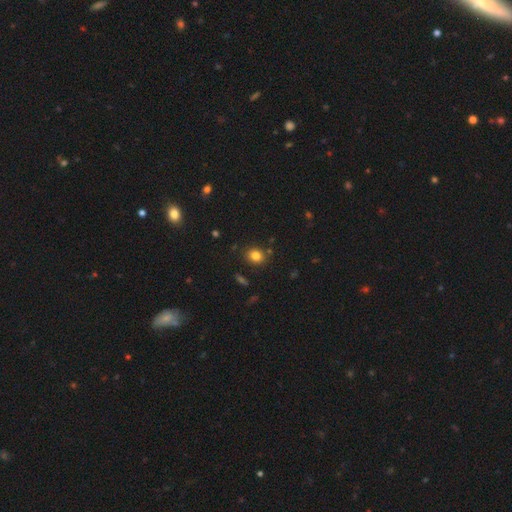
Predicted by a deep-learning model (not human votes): Morphology: type=smooth (81%); roundness=round (61%); merging=none (84%).